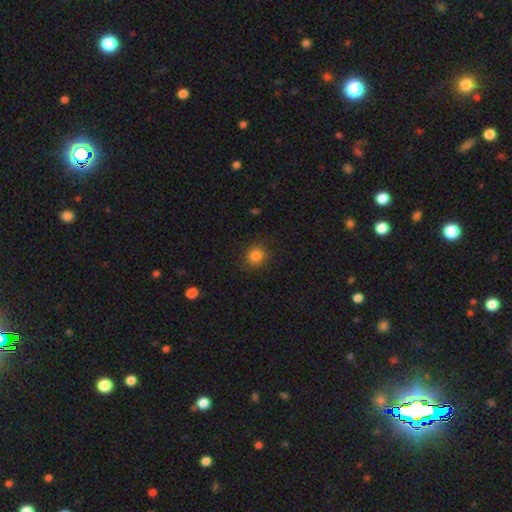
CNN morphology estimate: Overall: smooth (85%). How rounded: round (84%). Merging: none (85%).